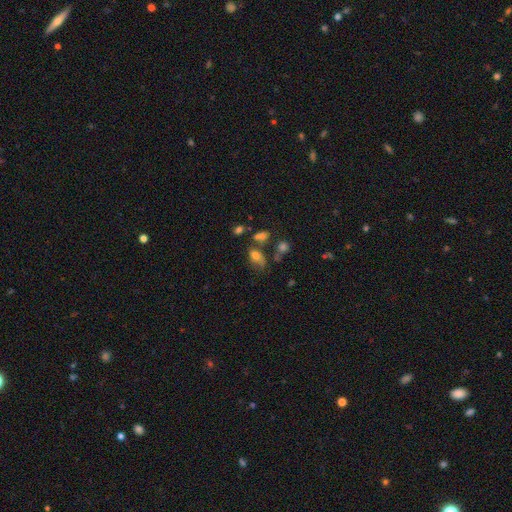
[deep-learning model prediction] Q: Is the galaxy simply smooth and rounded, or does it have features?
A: smooth — 70%.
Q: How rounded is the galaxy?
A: in between — 85%.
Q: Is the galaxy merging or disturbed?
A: none — 38%.